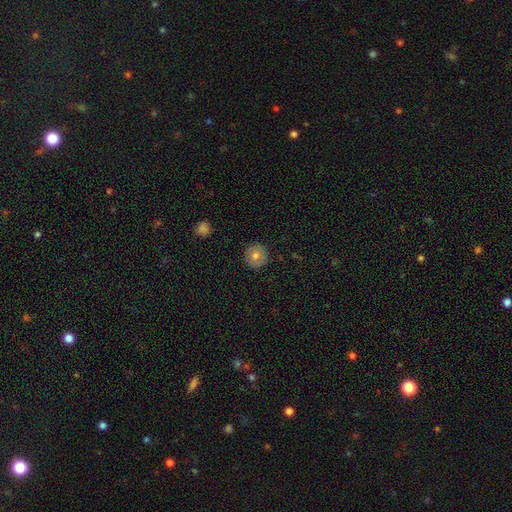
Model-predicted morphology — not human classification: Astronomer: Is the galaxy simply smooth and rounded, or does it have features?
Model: smooth — 73%.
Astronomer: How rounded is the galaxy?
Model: round — 95%.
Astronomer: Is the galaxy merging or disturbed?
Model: none — 91%.